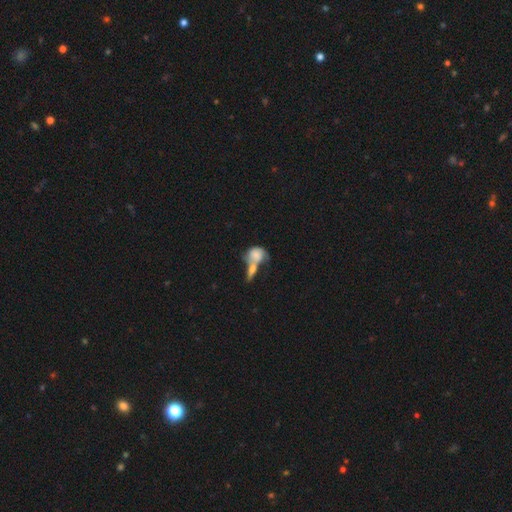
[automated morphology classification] Smooth or featured? smooth (66%)
How rounded? in between (60%)
Merging? merger (63%)